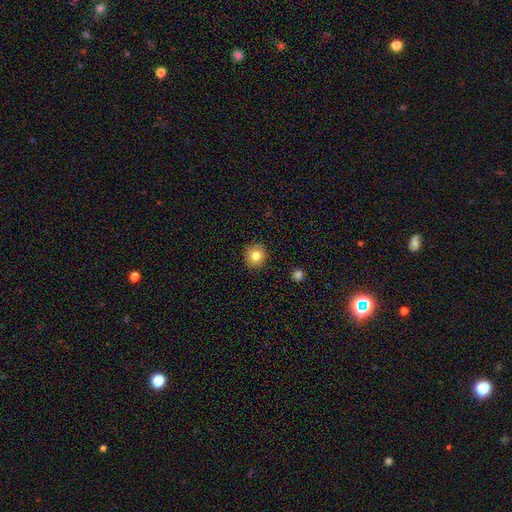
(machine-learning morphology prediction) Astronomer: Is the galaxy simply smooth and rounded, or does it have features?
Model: smooth — 81%.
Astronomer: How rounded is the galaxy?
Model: round — 91%.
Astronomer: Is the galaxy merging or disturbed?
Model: none — 91%.